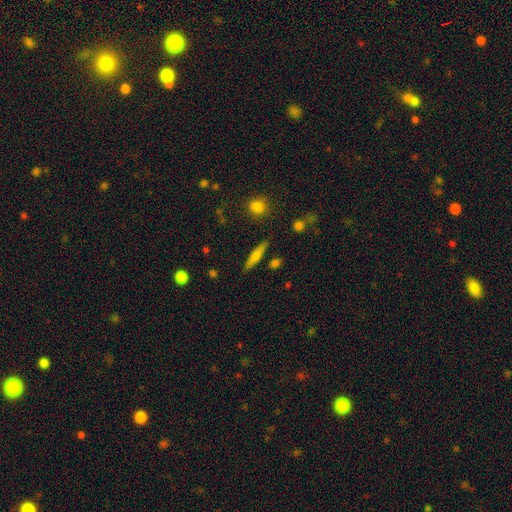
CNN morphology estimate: The model was most divided on "smooth or featured": smooth: 59%, featured or disk: 33%, star or artifact: 8%. More confident: merging — none (86%); how rounded — cigar-shaped (84%).